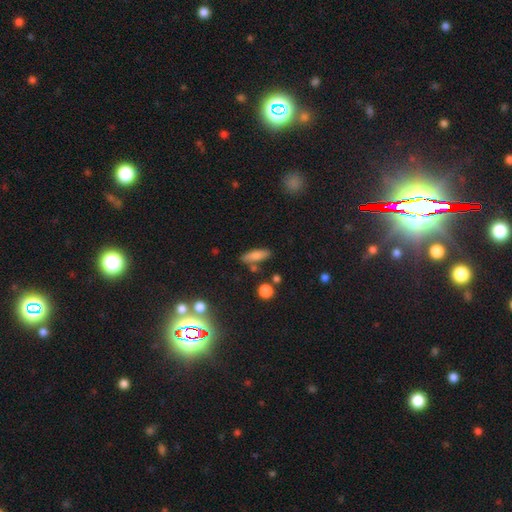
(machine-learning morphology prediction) A smooth galaxy with no disk features (74%) that is in between round and cigar-shaped (51%). Merging: none (77%).